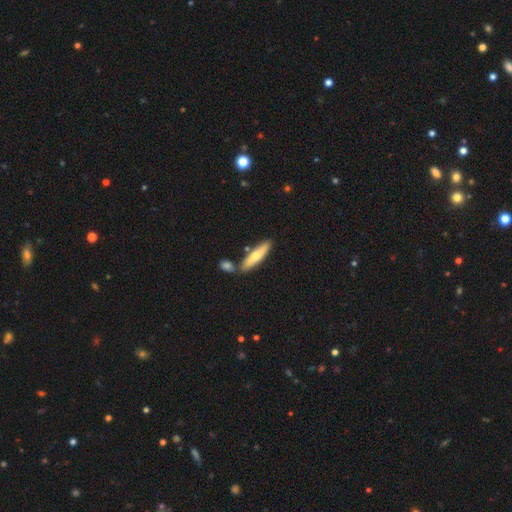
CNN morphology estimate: Smooth or featured? Predicted: smooth (p=0.63). How rounded? Predicted: cigar-shaped (p=0.75). Merging? Predicted: none (p=0.72).